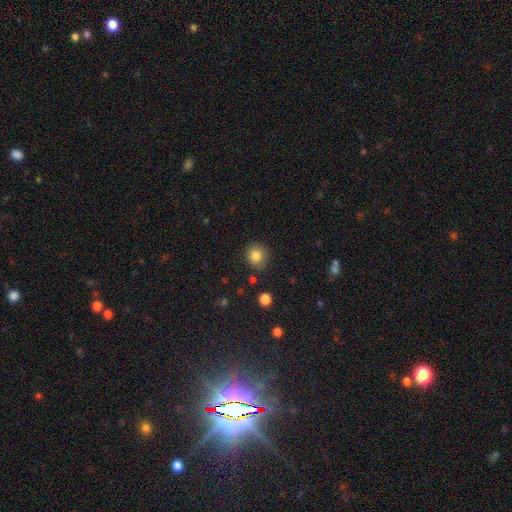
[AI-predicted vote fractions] Smooth or featured? smooth (82%)
How rounded? round (82%)
Merging? none (82%)